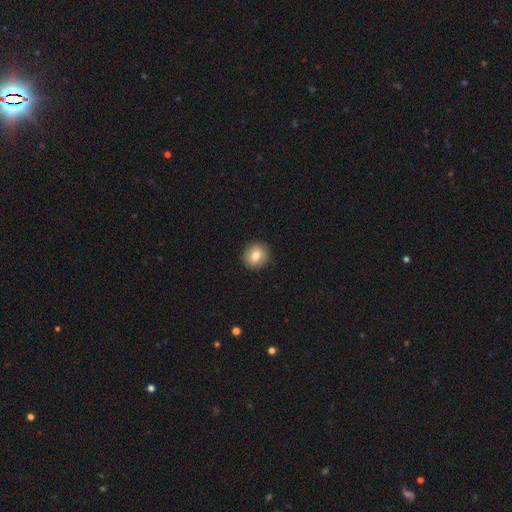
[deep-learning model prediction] A smooth galaxy with no disk features (80%) that is round (87%). Merging: none (90%).